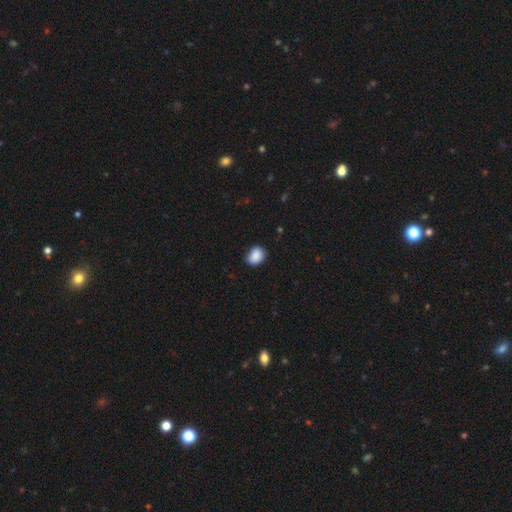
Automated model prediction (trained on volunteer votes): Smooth or featured? Predicted: smooth (p=0.88). How rounded? Predicted: in between (p=0.56). Merging? Predicted: none (p=0.74).